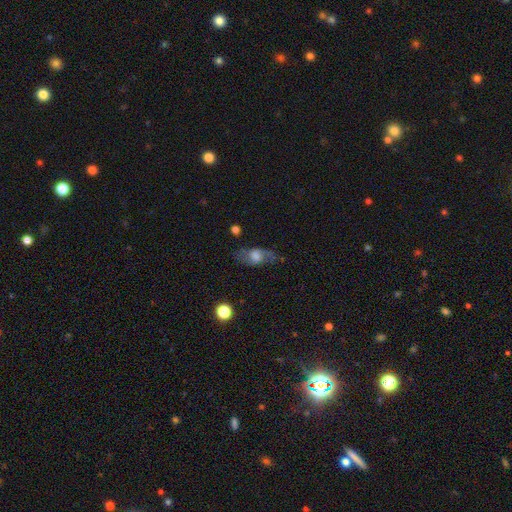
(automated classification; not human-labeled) The model was most divided on "smooth or featured": featured or disk: 49%, smooth: 41%, star or artifact: 10%. More confident: merging — none (67%).